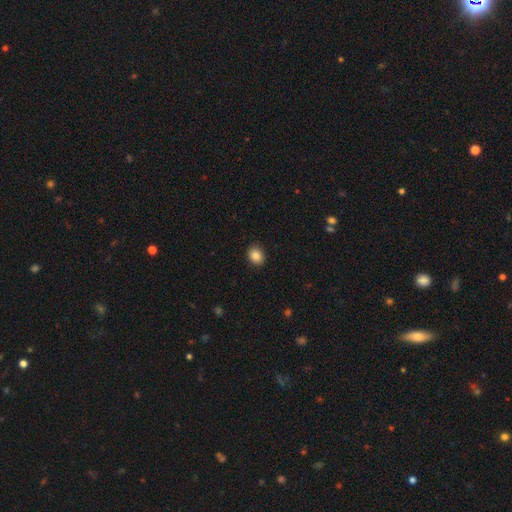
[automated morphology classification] A smooth galaxy with no disk features (85%) that is round (58%).

Vote fractions:
- Smooth or featured? smooth: 85% / star or artifact: 9% / featured or disk: 5%
- How rounded? round: 58% / in between: 41% / cigar-shaped: 1%
- Merging? none: 90% / minor disturbance: 7% / major disturbance: 2% / merger: 1%